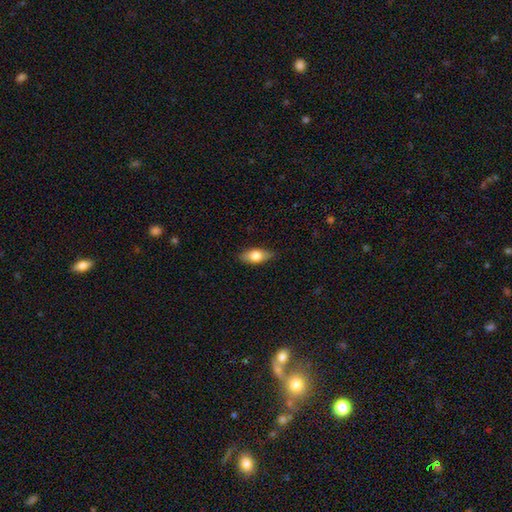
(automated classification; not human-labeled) Smooth or featured: smooth — 73% (featured or disk — 21%)
How rounded: in between — 84% (cigar-shaped — 11%)
Merging: none — 84% (minor disturbance — 13%)